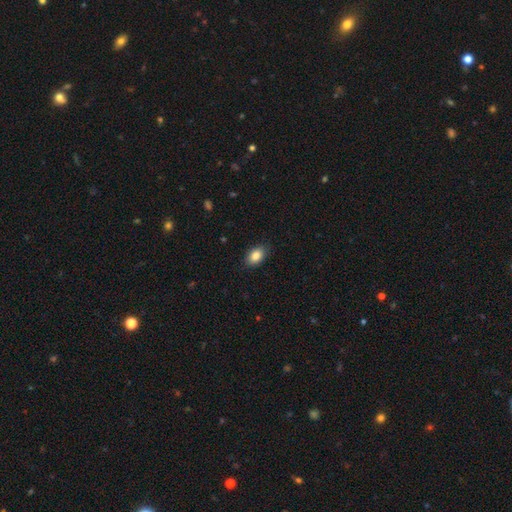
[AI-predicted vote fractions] Smooth or featured: smooth — 86% (star or artifact — 8%)
How rounded: in between — 87% (round — 12%)
Merging: none — 87% (minor disturbance — 10%)